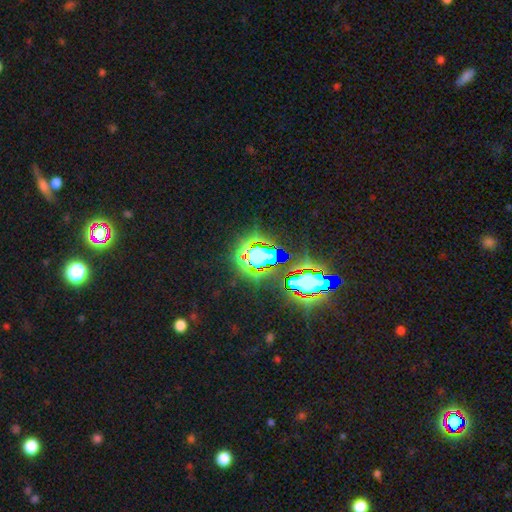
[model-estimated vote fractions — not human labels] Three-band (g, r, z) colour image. It shows a star or artifact, not a galaxy (66%).